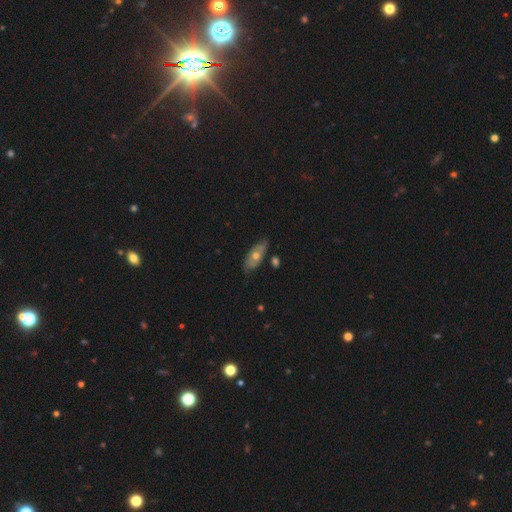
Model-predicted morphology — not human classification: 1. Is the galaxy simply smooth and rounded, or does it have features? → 54% featured or disk, 38% smooth, 8% star or artifact.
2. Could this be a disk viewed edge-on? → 77% no, 23% yes.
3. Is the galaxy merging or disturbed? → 76% none, 18% minor disturbance, 4% major disturbance, 3% merger.